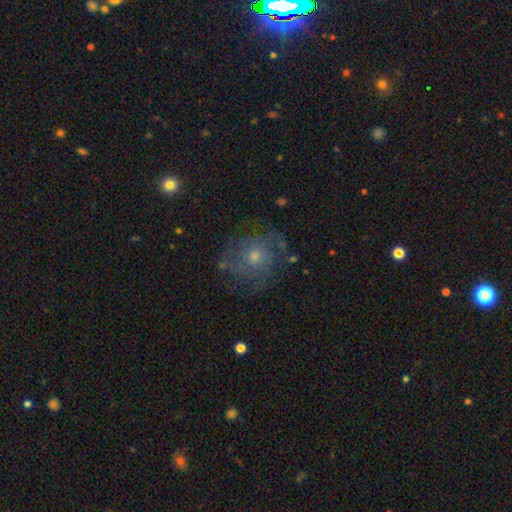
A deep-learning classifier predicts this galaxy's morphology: Smooth or featured?
  - featured or disk: 54% *
  - smooth: 33%
  - star or artifact: 13%
Edge-on disk?
  - no: 97% *
  - yes: 3%
Bar?
  - no: 85% *
  - weak: 13%
  - strong: 2%
Spiral arms?
  - yes: 70% *
  - no: 30%
Bulge size?
  - small: 58% *
  - moderate: 36%
  - large: 3%
  - none: 2%
  - dominant: 1%
Merging?
  - none: 67% *
  - minor disturbance: 18%
  - major disturbance: 13%
  - merger: 2%